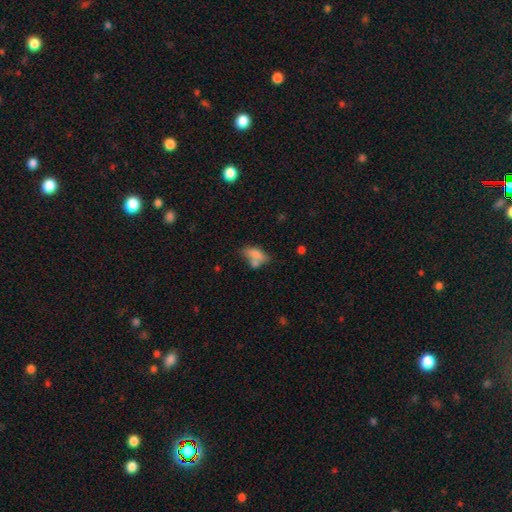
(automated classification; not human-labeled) This appears to be a smooth galaxy with no disk features (73%) that is in between round and cigar-shaped (79%). Merging: none (42%).